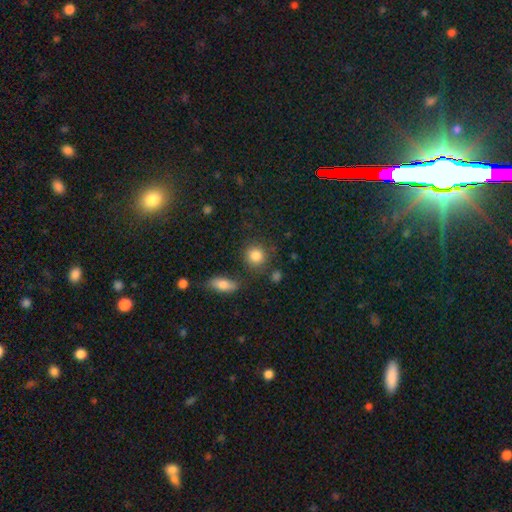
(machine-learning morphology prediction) smooth 85%, star or artifact 9%, featured or disk 6%. Down the decision tree: how rounded — round (85%); merging — none (79%).